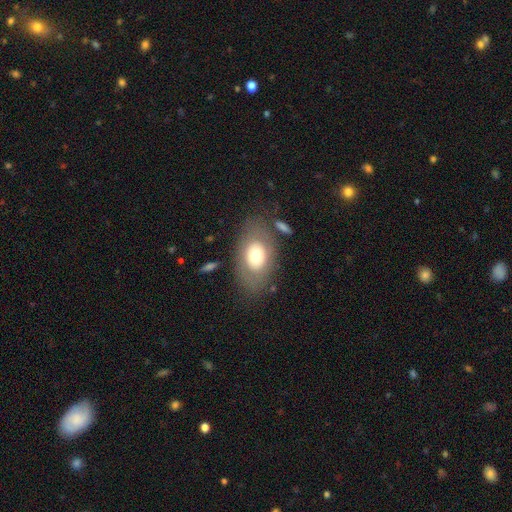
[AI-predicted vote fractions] Smooth or featured: smooth — 62% (featured or disk — 31%)
How rounded: in between — 84% (round — 14%)
Merging: none — 72% (minor disturbance — 15%)